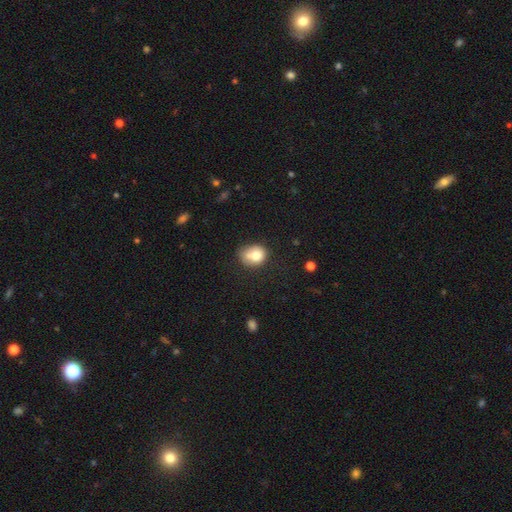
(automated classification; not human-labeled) smooth-or-featured: smooth: 74% | featured or disk: 16% | star or artifact: 9%
  how-rounded: round: 58% | in between: 41% | cigar-shaped: 1%
  merging: none: 41% | merger: 28% | minor disturbance: 23% | major disturbance: 9%